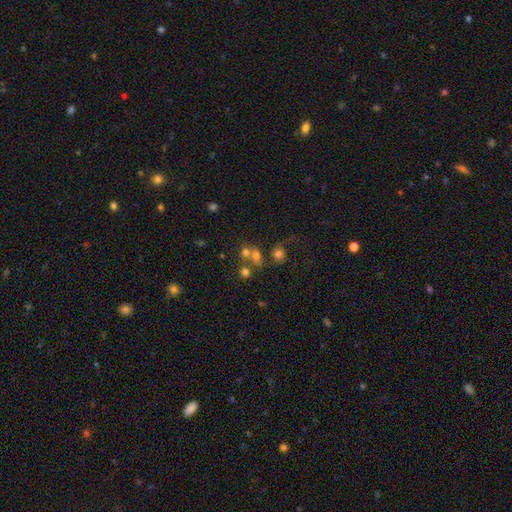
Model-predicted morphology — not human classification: smooth_or_featured: smooth (p=0.61) [alt: star or artifact p=0.23]
how_rounded: round (p=0.77) [alt: in between p=0.22]
merging: none (p=0.42) [tied with: merger p=0.42]